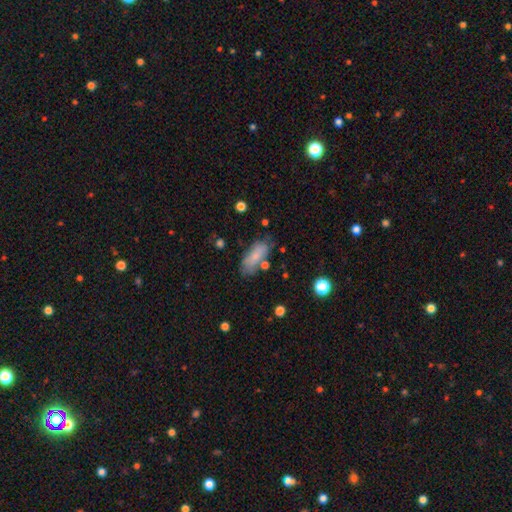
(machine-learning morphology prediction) This appears to be a smooth galaxy with no disk features (78%) that is in between round and cigar-shaped (78%). Merging: none (68%).